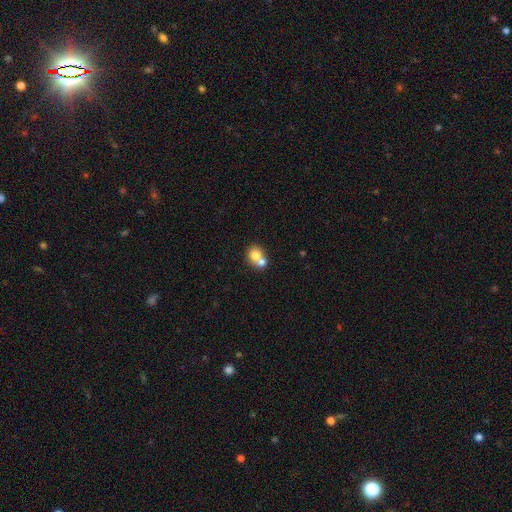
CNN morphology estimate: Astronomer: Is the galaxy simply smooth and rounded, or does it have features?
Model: smooth — 73%.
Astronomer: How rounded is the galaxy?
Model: round — 72%.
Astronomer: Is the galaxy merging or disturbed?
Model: merger — 61%.